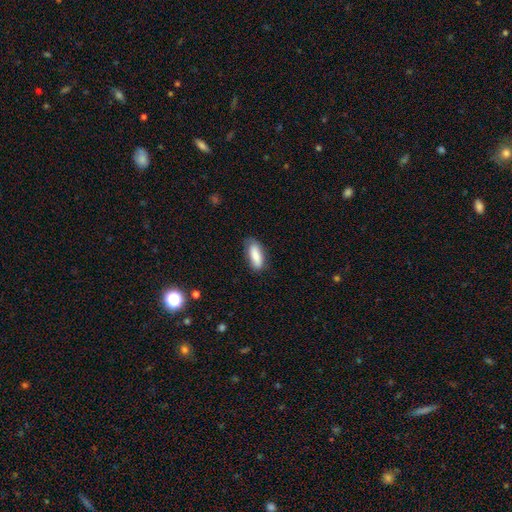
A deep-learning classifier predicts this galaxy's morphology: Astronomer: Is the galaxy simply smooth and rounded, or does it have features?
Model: smooth — 84%.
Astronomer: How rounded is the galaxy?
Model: in between — 71%.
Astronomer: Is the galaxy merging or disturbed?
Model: none — 75%.